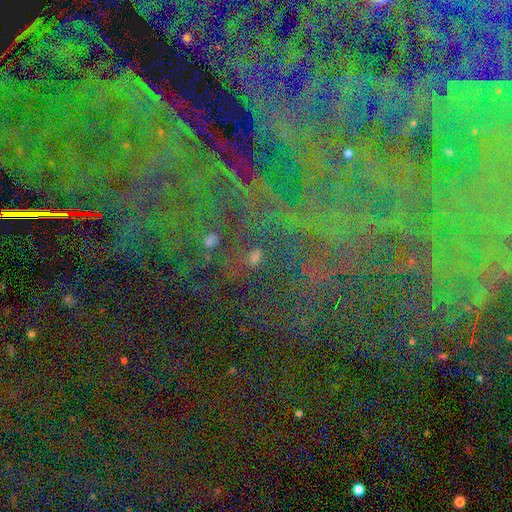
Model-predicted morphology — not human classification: A star or artifact, not a galaxy (77%).

Vote fractions:
- Smooth or featured? star or artifact: 77% / smooth: 12% / featured or disk: 11%